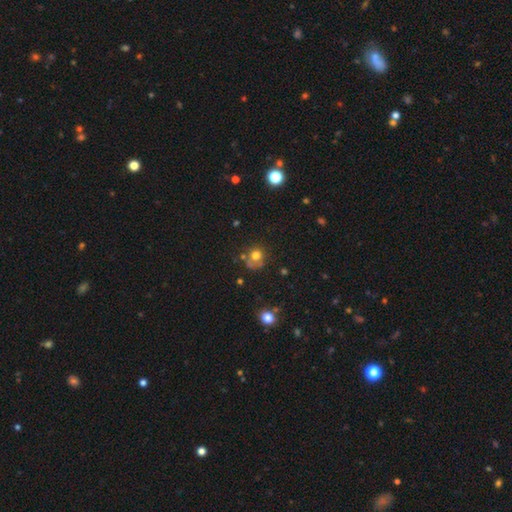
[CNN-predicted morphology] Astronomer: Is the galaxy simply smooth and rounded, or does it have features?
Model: smooth — 69%.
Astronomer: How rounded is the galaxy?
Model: round — 78%.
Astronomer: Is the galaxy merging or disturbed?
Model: none — 50%.